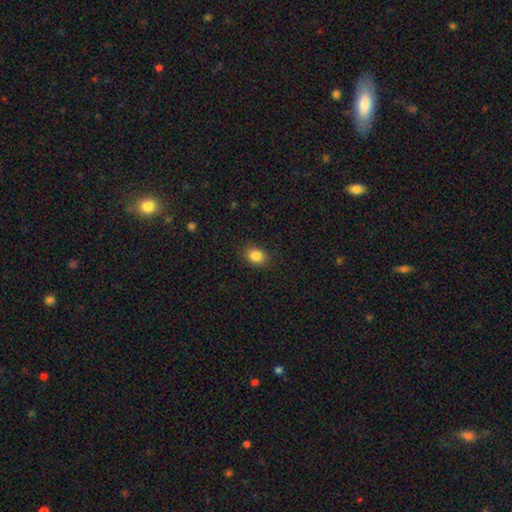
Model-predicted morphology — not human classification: A smooth galaxy with no disk features (86%) that is in between round and cigar-shaped (55%). Merging: none (86%).